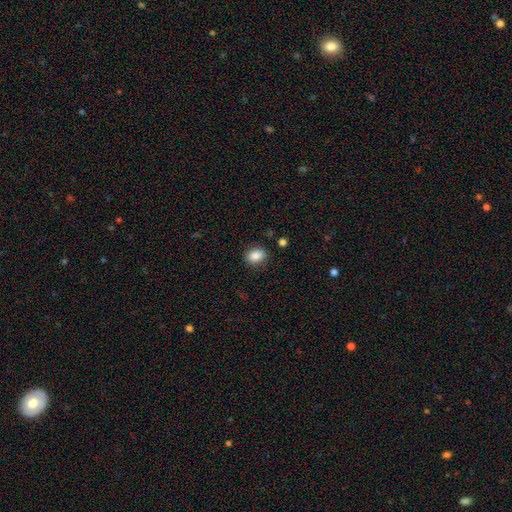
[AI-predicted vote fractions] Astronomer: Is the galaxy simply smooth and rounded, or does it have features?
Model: smooth — 87%.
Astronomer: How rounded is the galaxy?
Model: in between — 69%.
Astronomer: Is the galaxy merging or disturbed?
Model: none — 85%.